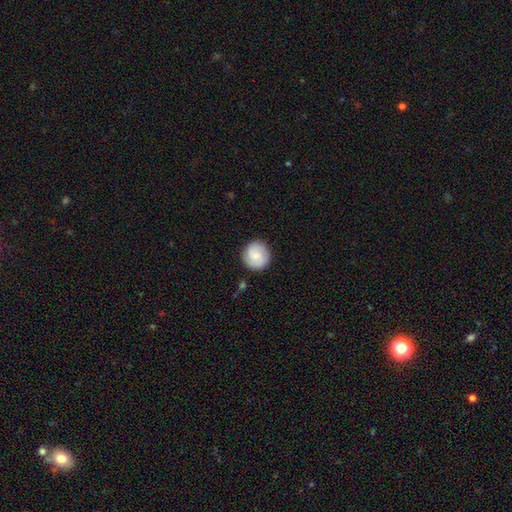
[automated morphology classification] This appears to be a smooth galaxy with no disk features (67%) that is round (92%). Merging: none (88%).